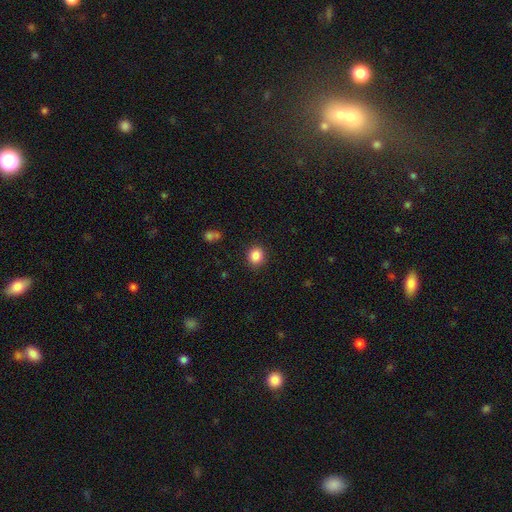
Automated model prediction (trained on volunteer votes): Smooth or featured? Predicted: smooth (p=0.86). How rounded? Predicted: round (p=0.81). Merging? Predicted: none (p=0.90).